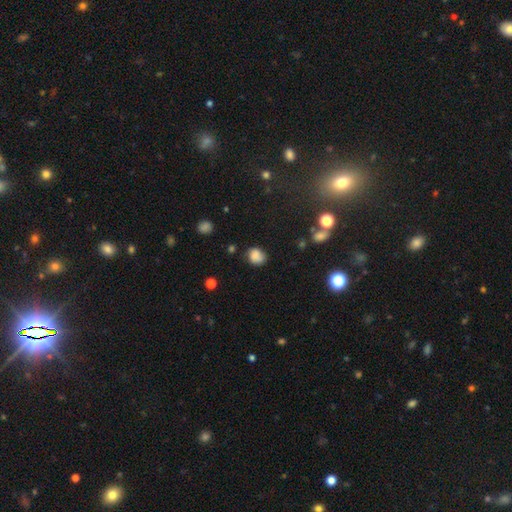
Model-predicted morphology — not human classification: Smooth or featured? smooth (82%)
How rounded? round (61%)
Merging? none (65%)